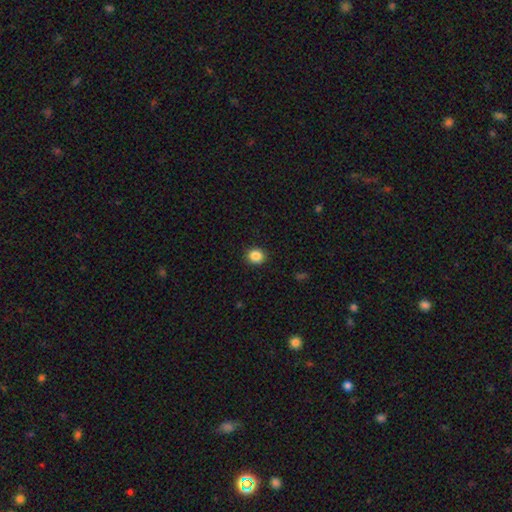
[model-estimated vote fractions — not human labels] smooth-or-featured: smooth: 87% | star or artifact: 10% | featured or disk: 3%
  how-rounded: round: 79% | in between: 21% | cigar-shaped: 1%
  merging: none: 91% | minor disturbance: 6% | major disturbance: 2% | merger: 1%